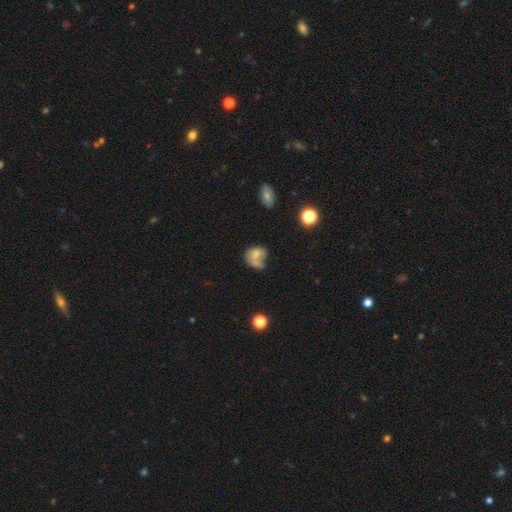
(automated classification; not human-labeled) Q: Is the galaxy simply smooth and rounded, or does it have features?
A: smooth — 66%.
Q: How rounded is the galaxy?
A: round — 51%.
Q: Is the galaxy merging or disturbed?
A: none — 29%.